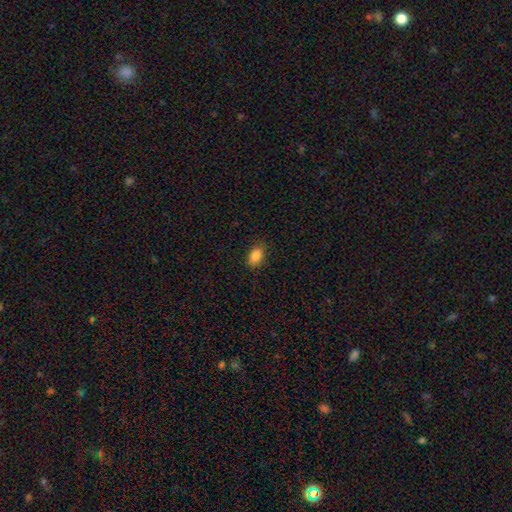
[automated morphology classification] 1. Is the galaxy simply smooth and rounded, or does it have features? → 87% smooth, 9% star or artifact, 5% featured or disk.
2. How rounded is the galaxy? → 87% in between, 12% round, 2% cigar-shaped.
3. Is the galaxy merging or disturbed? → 84% none, 12% minor disturbance, 3% major disturbance, 1% merger.